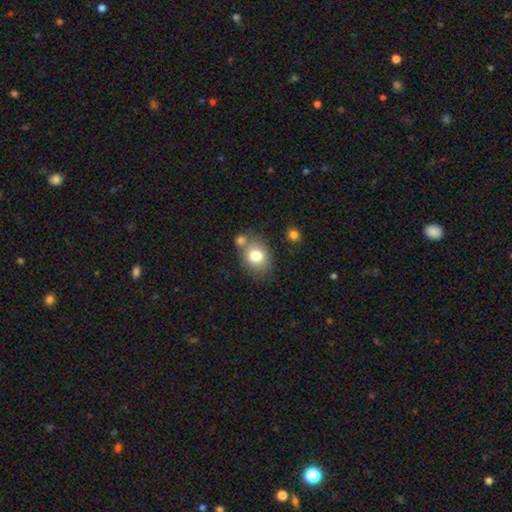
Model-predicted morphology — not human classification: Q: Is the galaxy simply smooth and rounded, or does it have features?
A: smooth — 78%.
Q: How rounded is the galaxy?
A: in between — 51%.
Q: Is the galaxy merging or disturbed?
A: none — 61%.